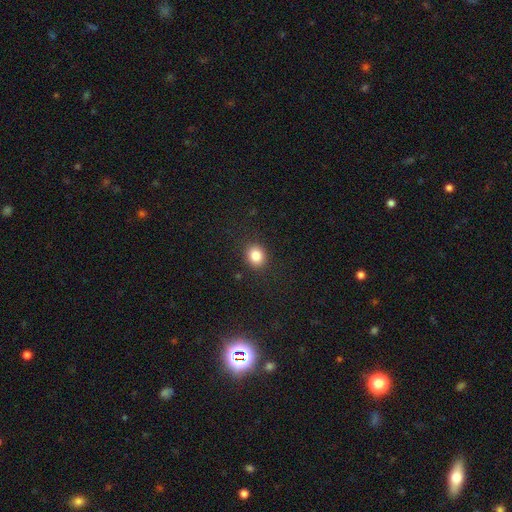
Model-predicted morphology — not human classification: A smooth galaxy with no disk features (84%) that is round (67%).

Vote fractions:
- Smooth or featured? smooth: 84% / star or artifact: 10% / featured or disk: 5%
- How rounded? round: 67% / in between: 32% / cigar-shaped: 1%
- Merging? none: 89% / minor disturbance: 8% / major disturbance: 3% / merger: 1%